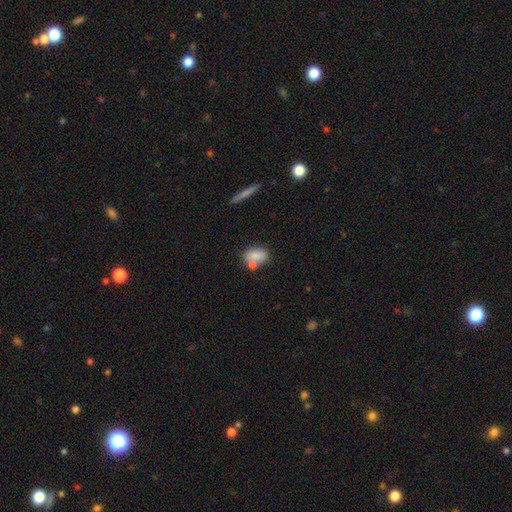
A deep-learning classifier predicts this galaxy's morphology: Q: Smooth or featured?
A: smooth (81%); runner-up: featured or disk (10%)
Q: How rounded?
A: in between (83%); runner-up: round (13%)
Q: Merging?
A: none (54%); runner-up: merger (26%)